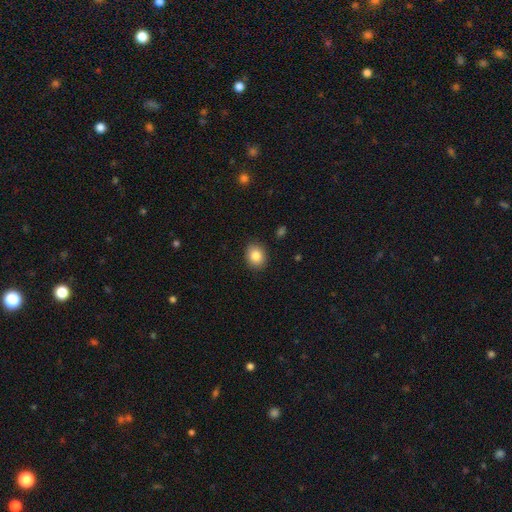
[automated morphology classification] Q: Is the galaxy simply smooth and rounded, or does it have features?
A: smooth — 85%.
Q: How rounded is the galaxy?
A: round — 55%.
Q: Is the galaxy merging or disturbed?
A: none — 89%.